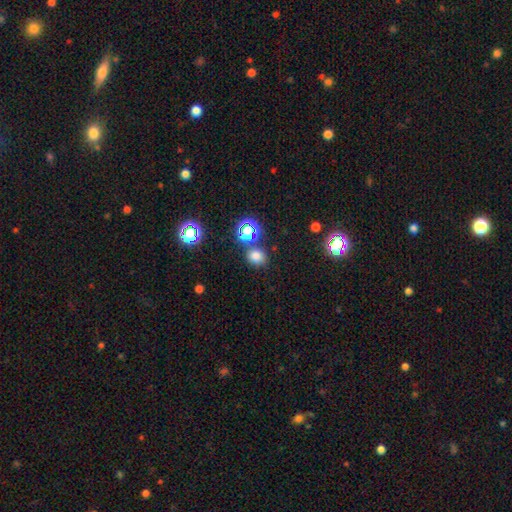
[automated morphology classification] type=smooth (70%); roundness=round (74%); merging=none (75%).